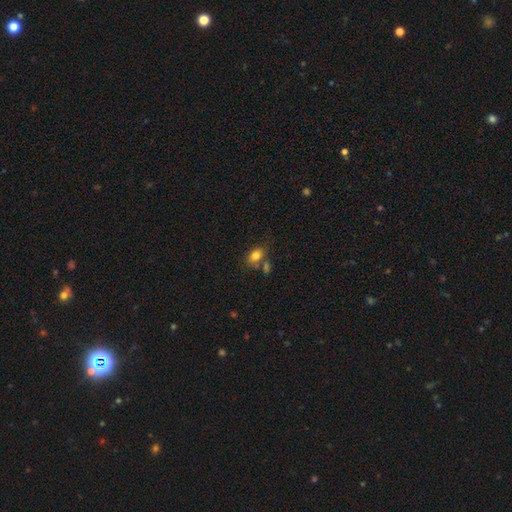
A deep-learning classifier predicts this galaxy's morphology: Q: Smooth or featured?
A: smooth (80%); runner-up: featured or disk (10%)
Q: How rounded?
A: in between (80%); runner-up: round (18%)
Q: Merging?
A: none (58%); runner-up: merger (21%)